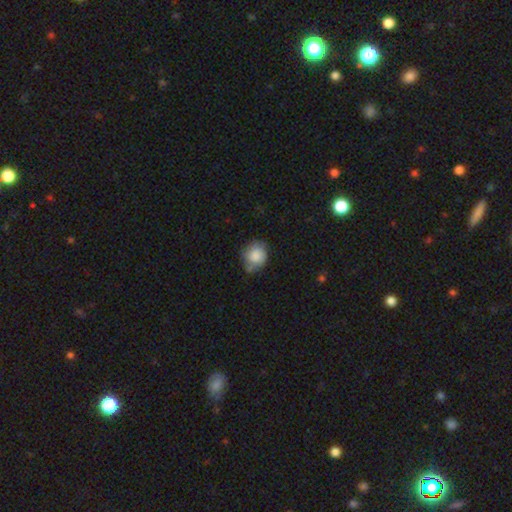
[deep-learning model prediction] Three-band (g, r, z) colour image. It shows a smooth galaxy with no disk features (77%) that is round (73%). Merging: none (55%).